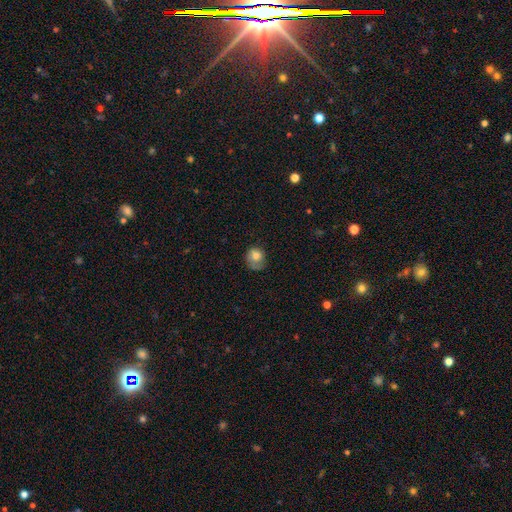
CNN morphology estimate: smooth-or-featured: smooth: 74% | featured or disk: 17% | star or artifact: 9%
  how-rounded: round: 71% | in between: 28% | cigar-shaped: 1%
  merging: none: 46% | minor disturbance: 32% | major disturbance: 20% | merger: 2%